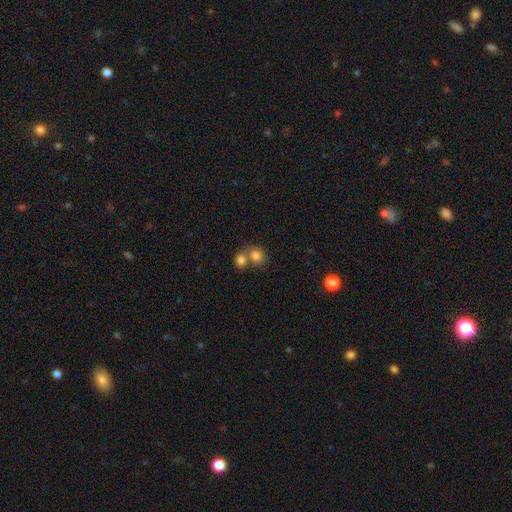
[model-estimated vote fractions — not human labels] smooth-or-featured: smooth: 80% | star or artifact: 10% | featured or disk: 10%
  how-rounded: round: 73% | in between: 26% | cigar-shaped: 1%
  merging: merger: 53% | none: 37% | minor disturbance: 7% | major disturbance: 3%